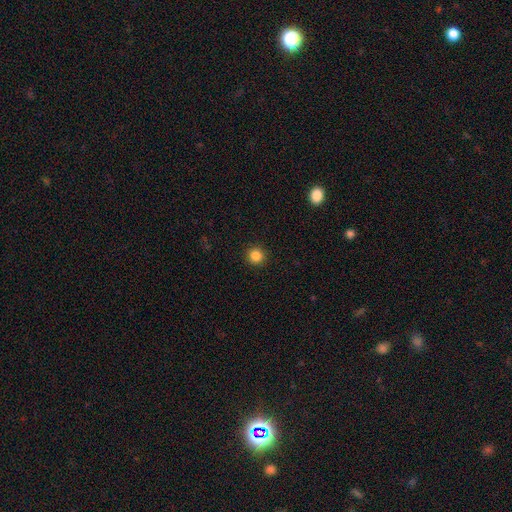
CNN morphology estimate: Smooth or featured? smooth (85%)
How rounded? round (95%)
Merging? none (93%)